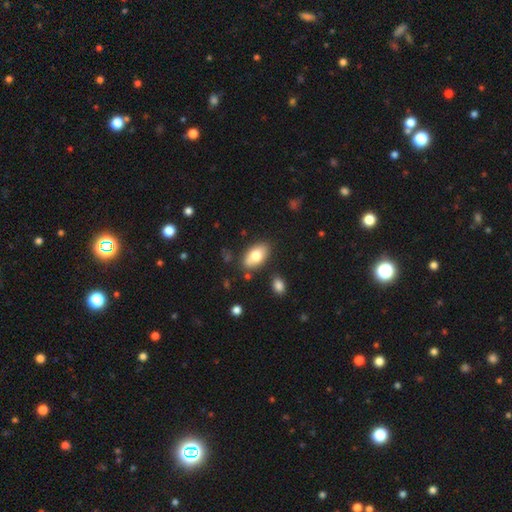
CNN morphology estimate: This appears to be a smooth galaxy with no disk features (77%) that is in between round and cigar-shaped (93%). Merging: none (80%).